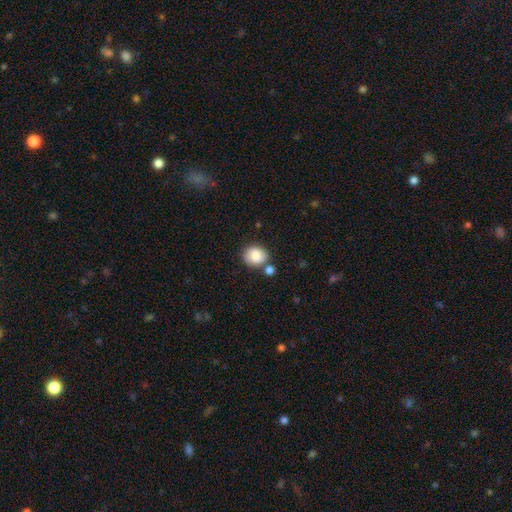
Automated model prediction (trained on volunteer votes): This appears to be a smooth galaxy with no disk features (81%) that is round (67%). Merging: none (69%).